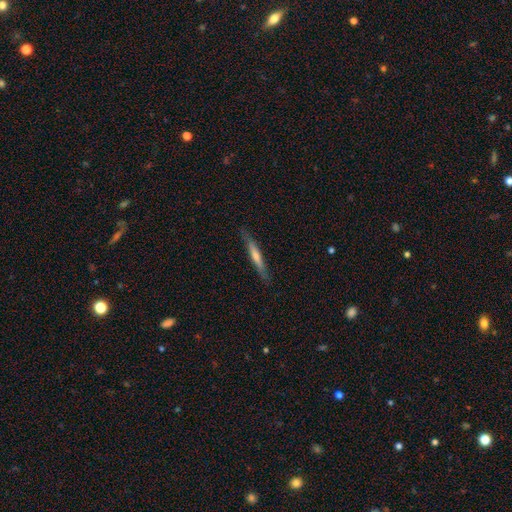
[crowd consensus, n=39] Q: Smooth or featured?
A: featured or disk (69%); runner-up: smooth (31%)
Q: Edge-on disk?
A: yes (96%); runner-up: no (4%)
Q: Edge-on bulge?
A: none (62%); runner-up: rounded (27%)
Q: Merging?
A: none (87%); runner-up: minor disturbance (5%)